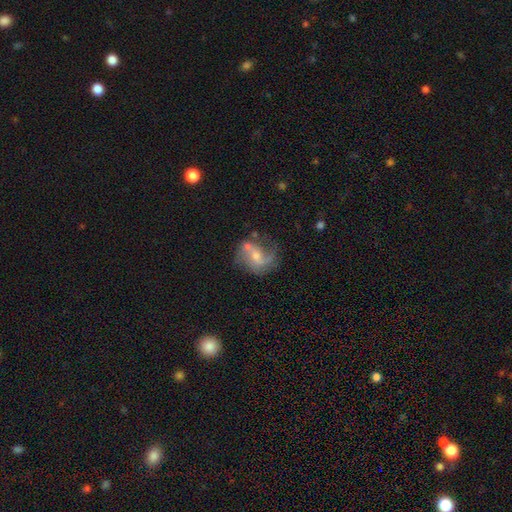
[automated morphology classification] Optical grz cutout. It shows a featured or disk galaxy (75%) with no bar (43%), 2 (71%) loose (51%) spiral arms (90%) and a small central bulge (48%). Merging: none (57%).